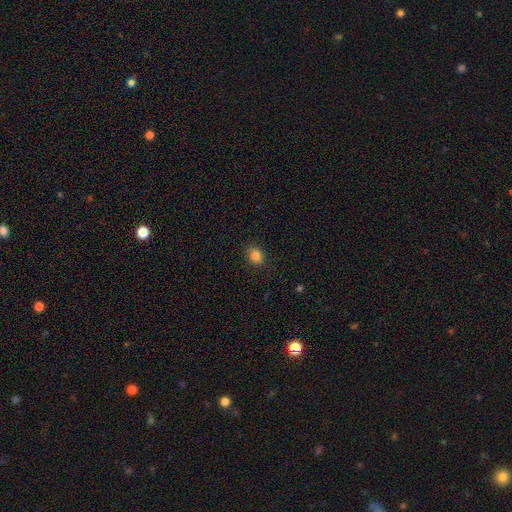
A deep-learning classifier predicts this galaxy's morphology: Smooth or featured? smooth (83%)
How rounded? in between (54%)
Merging? none (86%)